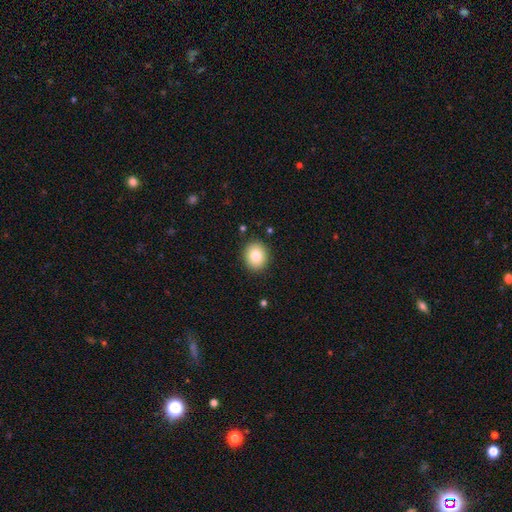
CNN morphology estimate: A smooth galaxy with no disk features (81%) that is round (70%). Merging: none (90%).